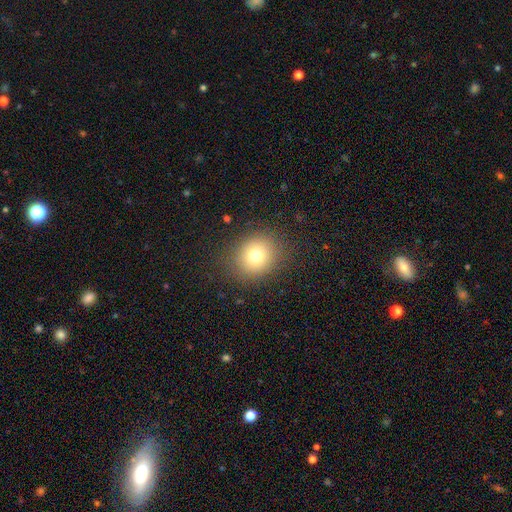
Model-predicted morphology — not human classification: Q: Smooth or featured?
A: smooth (76%); runner-up: star or artifact (13%)
Q: How rounded?
A: round (73%); runner-up: in between (26%)
Q: Merging?
A: none (87%); runner-up: minor disturbance (9%)